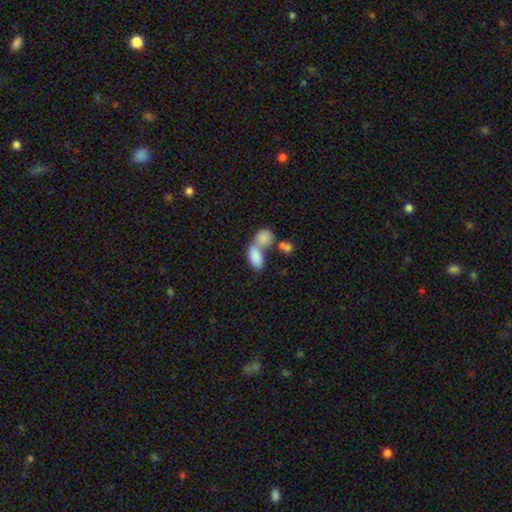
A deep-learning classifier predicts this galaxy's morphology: This appears to be a smooth galaxy with no disk features (83%) that is in between round and cigar-shaped (89%). Merging: merger (63%).